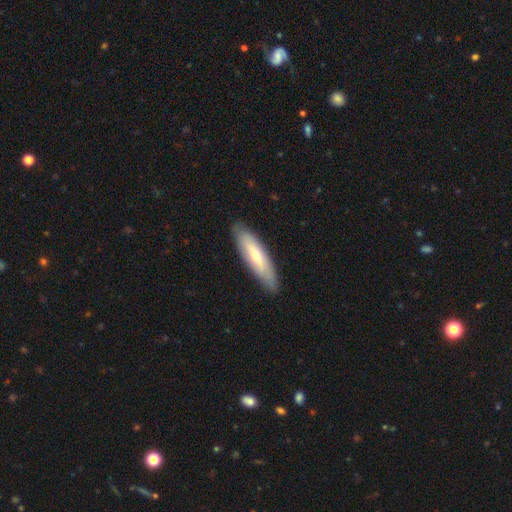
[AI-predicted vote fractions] Overall: smooth (49%; featured or disk 45%). Merging: none (87%).